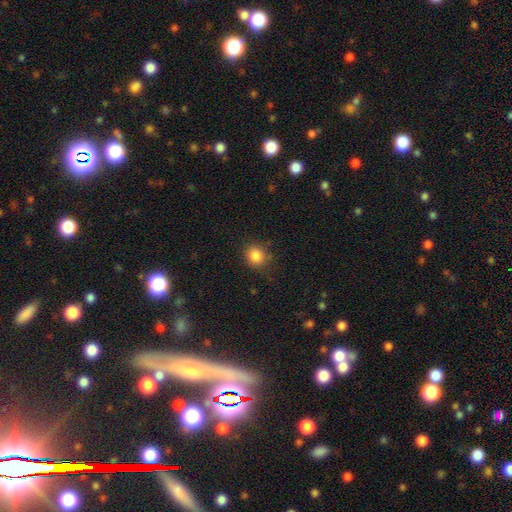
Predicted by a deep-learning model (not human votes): Smooth or featured?
  - smooth: 85% *
  - star or artifact: 11%
  - featured or disk: 4%
How rounded?
  - round: 80% *
  - in between: 19%
  - cigar-shaped: 1%
Merging?
  - none: 83% *
  - minor disturbance: 12%
  - major disturbance: 4%
  - merger: 1%